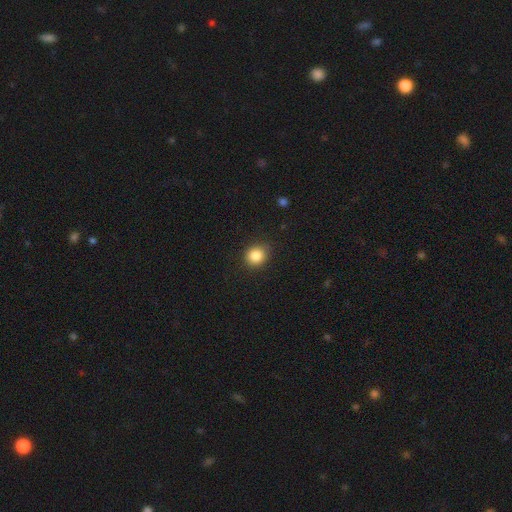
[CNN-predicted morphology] smooth-or-featured: smooth: 85% | star or artifact: 10% | featured or disk: 4%
  how-rounded: round: 79% | in between: 20% | cigar-shaped: 1%
  merging: none: 86% | minor disturbance: 11% | major disturbance: 3% | merger: 1%